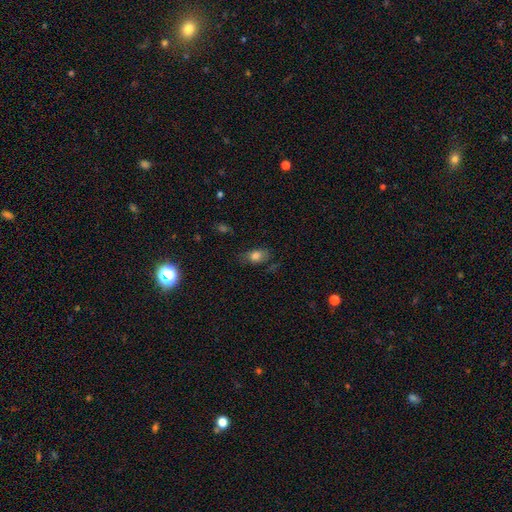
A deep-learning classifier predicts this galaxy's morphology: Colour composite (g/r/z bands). It shows a smooth galaxy with no disk features (76%) that is in between round and cigar-shaped (82%). Merging: none (66%).